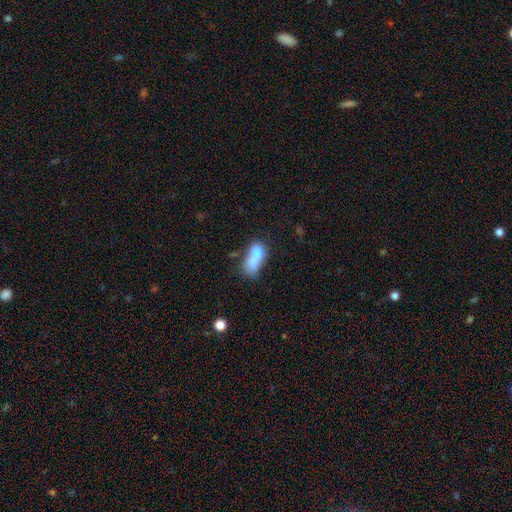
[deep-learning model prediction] smooth_or_featured: smooth (p=0.69) [alt: featured or disk p=0.21]
how_rounded: in between (p=0.75) [alt: cigar-shaped p=0.14]
merging: merger (p=0.55) [alt: none p=0.19]